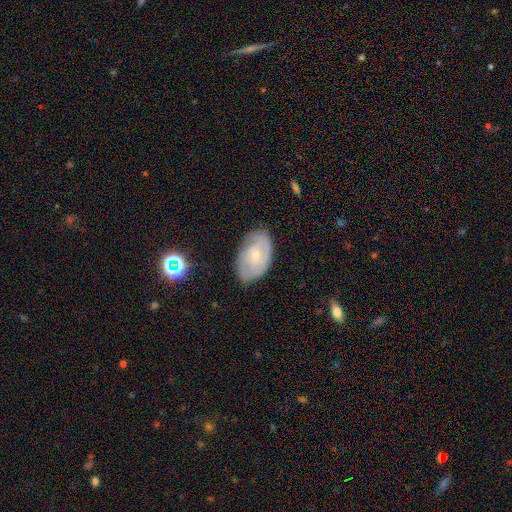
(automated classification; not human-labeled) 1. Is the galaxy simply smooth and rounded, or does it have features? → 69% featured or disk, 24% smooth, 7% star or artifact.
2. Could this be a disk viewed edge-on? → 95% no, 5% yes.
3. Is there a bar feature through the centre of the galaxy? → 73% no, 23% weak, 4% strong.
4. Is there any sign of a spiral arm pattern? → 84% yes, 16% no.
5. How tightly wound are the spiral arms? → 61% tight, 29% medium, 9% loose.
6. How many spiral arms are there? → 43% 2, 35% can't tell, 9% 3, 8% 1, 3% 4, 2% more than 4.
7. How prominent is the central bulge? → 67% small, 29% moderate, 2% none, 1% large, 1% dominant.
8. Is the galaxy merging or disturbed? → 72% none, 21% minor disturbance, 6% major disturbance, 1% merger.